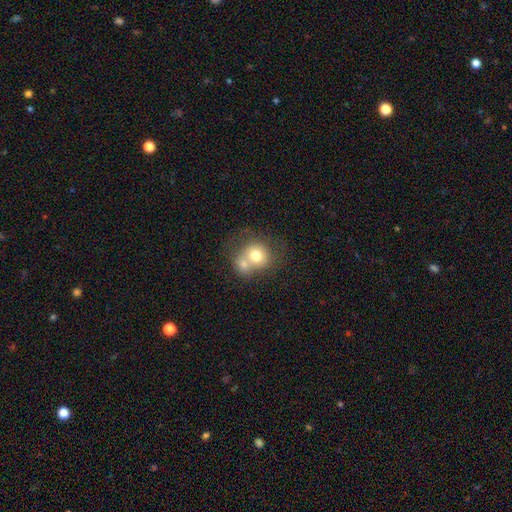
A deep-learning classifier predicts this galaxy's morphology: Smooth or featured? Predicted: smooth (p=0.69). How rounded? Predicted: round (p=0.75). Merging? Predicted: merger (p=0.60).